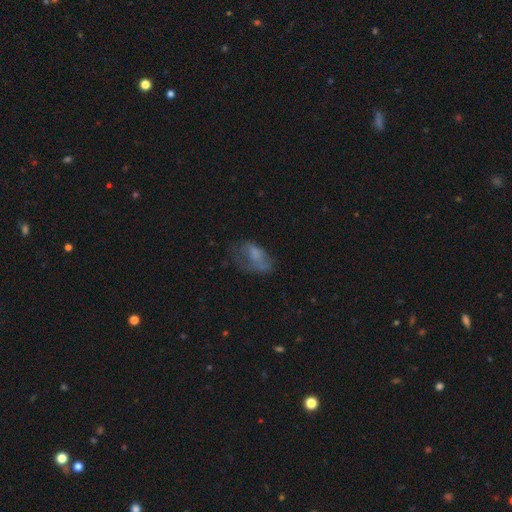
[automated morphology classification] Smooth or featured? smooth (57%)
How rounded? in between (87%)
Merging? major disturbance (37%)